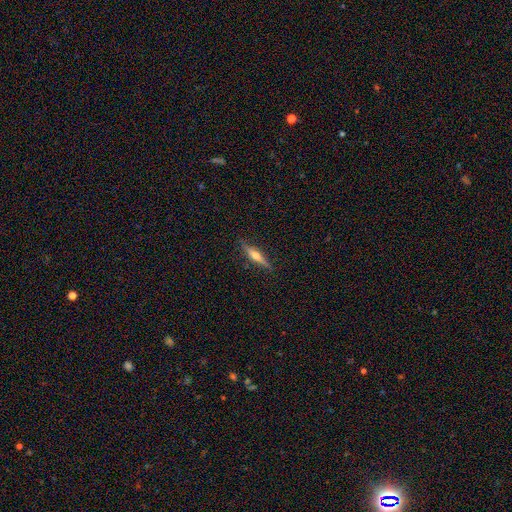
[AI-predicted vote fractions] smooth_or_featured: featured or disk (p=0.59) [alt: smooth p=0.35]
disk_edge_on: yes (p=0.95) [alt: no p=0.05]
edge_on_bulge: rounded (p=0.89) [alt: none p=0.06]
merging: none (p=0.85) [alt: minor disturbance p=0.11]